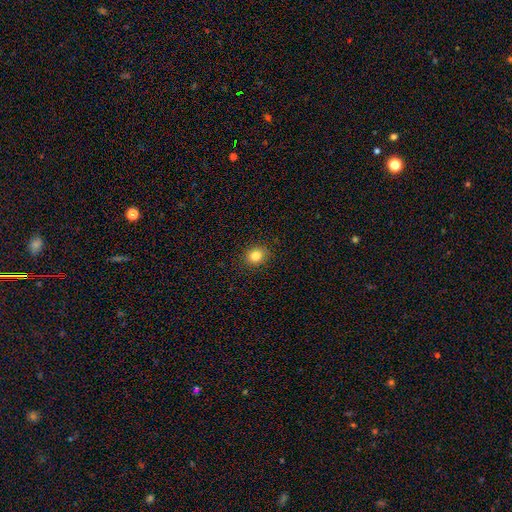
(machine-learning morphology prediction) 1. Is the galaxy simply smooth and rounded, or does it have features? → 83% smooth, 11% star or artifact, 6% featured or disk.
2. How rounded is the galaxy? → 70% round, 29% in between, 1% cigar-shaped.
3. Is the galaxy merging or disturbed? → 90% none, 7% minor disturbance, 2% major disturbance, 1% merger.